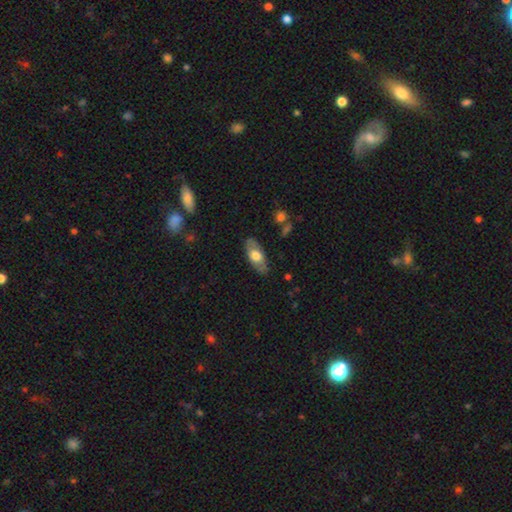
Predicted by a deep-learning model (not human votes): smooth 62%, featured or disk 32%, star or artifact 6%. Down the decision tree: how rounded — in between (86%); merging — none (83%).